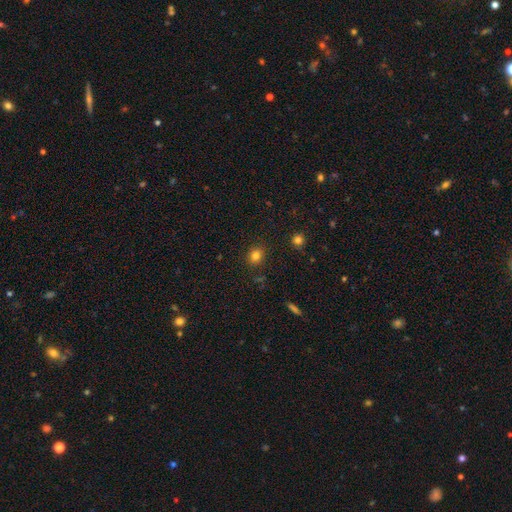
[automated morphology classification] smooth_or_featured: smooth (p=0.81) [alt: star or artifact p=0.13]
how_rounded: round (p=0.63) [alt: in between p=0.36]
merging: none (p=0.87) [alt: minor disturbance p=0.08]